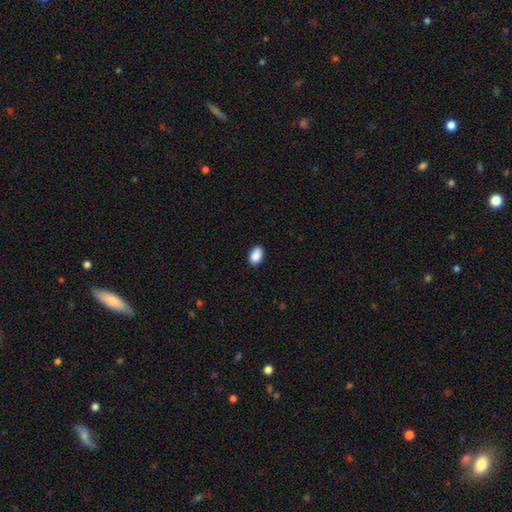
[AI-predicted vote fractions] Smooth or featured? smooth (89%)
How rounded? in between (89%)
Merging? none (84%)